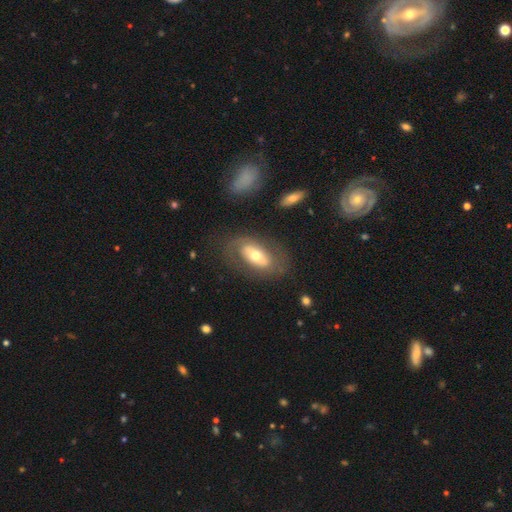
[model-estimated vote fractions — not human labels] Smooth or featured: featured or disk — 51% (smooth — 42%)
Edge-on disk: no — 88% (yes — 12%)
Merging: none — 72% (minor disturbance — 15%)